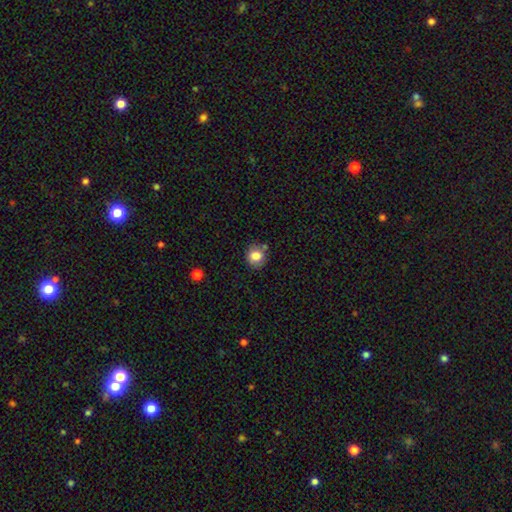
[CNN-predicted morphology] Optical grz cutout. It shows a smooth galaxy with no disk features (82%) that is round (86%). Merging: none (77%).